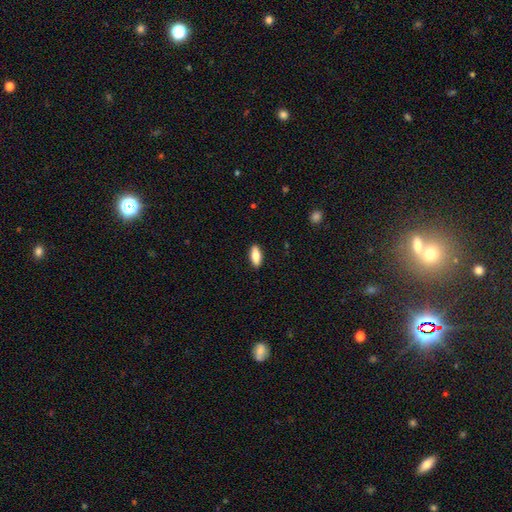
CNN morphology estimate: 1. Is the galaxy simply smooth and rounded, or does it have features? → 79% smooth, 15% featured or disk, 6% star or artifact.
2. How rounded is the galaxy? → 80% in between, 17% cigar-shaped, 2% round.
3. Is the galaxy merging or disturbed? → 90% none, 8% minor disturbance, 2% major disturbance, 1% merger.